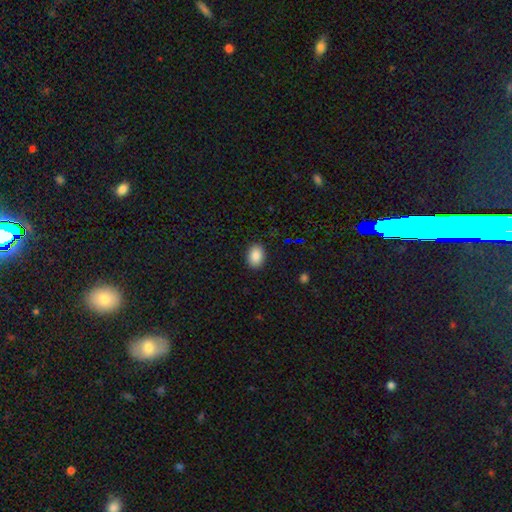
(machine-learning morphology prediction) type=smooth (87%); roundness=in between (78%); merging=none (89%).